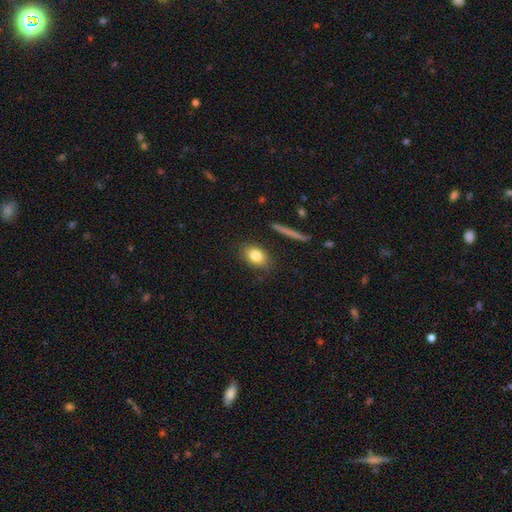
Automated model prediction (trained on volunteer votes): The model was most divided on "how rounded": in between: 75%, round: 21%, cigar-shaped: 3%. More confident: merging — none (82%); smooth or featured — smooth (81%).